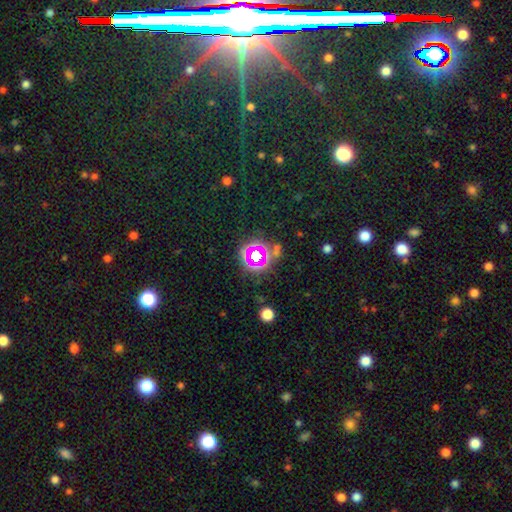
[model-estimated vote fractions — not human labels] Smooth or featured? star or artifact (56%)